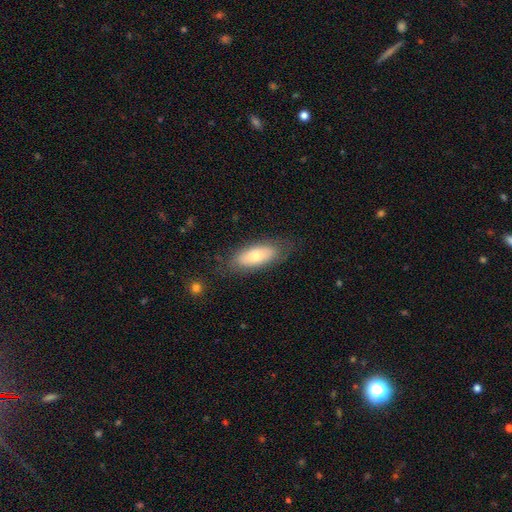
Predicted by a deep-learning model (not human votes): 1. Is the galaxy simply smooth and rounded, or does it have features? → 68% smooth, 26% featured or disk, 6% star or artifact.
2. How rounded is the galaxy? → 81% in between, 16% cigar-shaped, 3% round.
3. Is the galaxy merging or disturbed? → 77% none, 16% minor disturbance, 5% major disturbance, 2% merger.